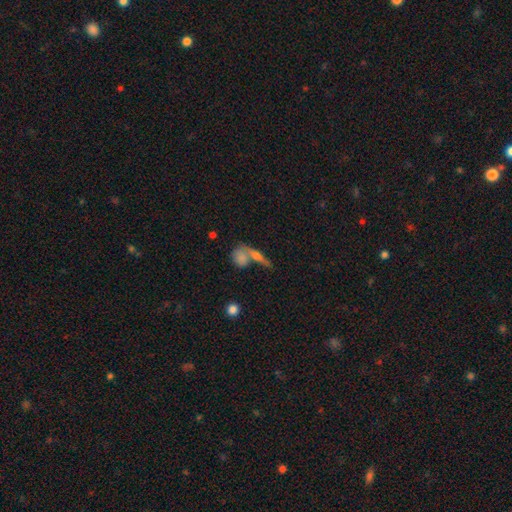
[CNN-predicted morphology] The model was most divided on "how rounded": cigar-shaped: 40%, in between: 38%, round: 22%. Remaining: smooth or featured — smooth (52%); merging — none (44%).